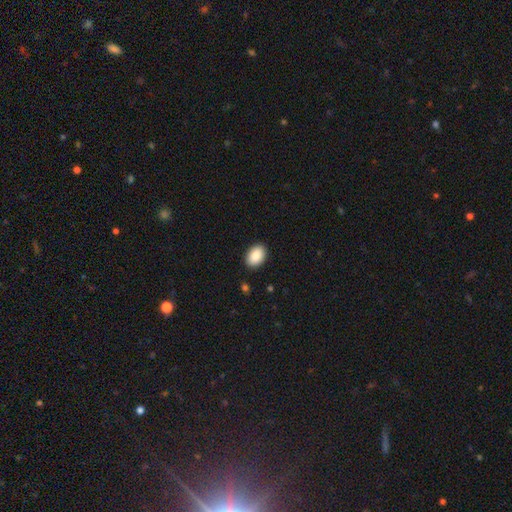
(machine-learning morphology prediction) Smooth or featured? smooth (89%)
How rounded? in between (84%)
Merging? none (90%)